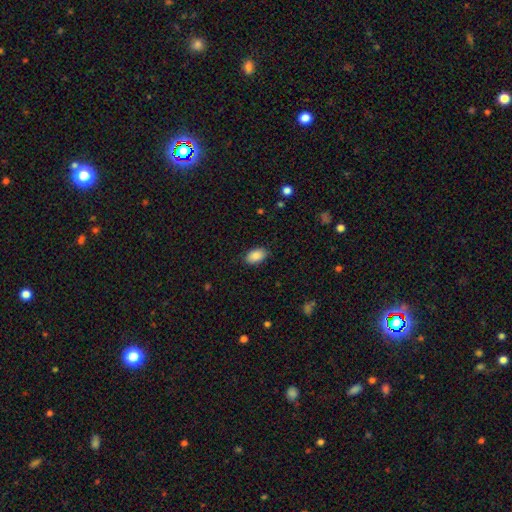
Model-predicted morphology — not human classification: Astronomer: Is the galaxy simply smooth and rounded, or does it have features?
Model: smooth — 89%.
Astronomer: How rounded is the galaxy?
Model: in between — 92%.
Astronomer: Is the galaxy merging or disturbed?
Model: none — 84%.